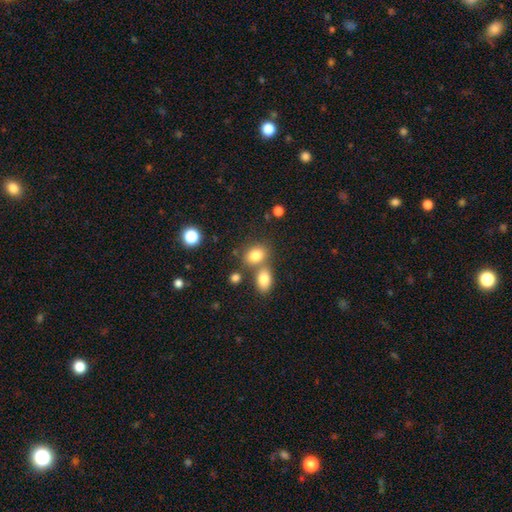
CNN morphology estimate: Smooth or featured?
  - smooth: 80% *
  - star or artifact: 11%
  - featured or disk: 9%
How rounded?
  - in between: 68% *
  - round: 31%
  - cigar-shaped: 1%
Merging?
  - none: 50% *
  - merger: 36%
  - minor disturbance: 10%
  - major disturbance: 4%